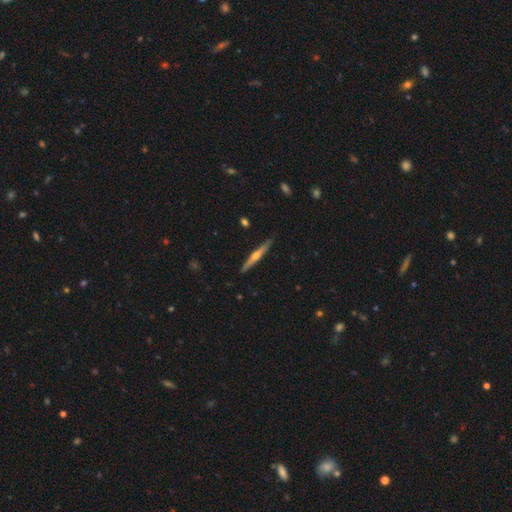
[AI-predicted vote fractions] A featured or disk galaxy (65%) viewed edge-on (97%) with a rounded central bulge (86%). Merging: none (89%).